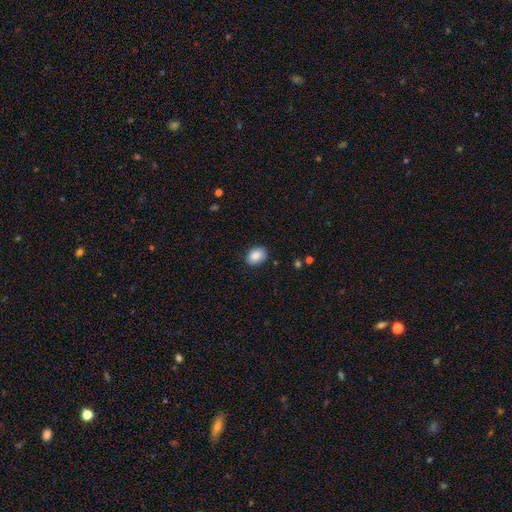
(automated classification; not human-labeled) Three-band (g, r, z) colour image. It shows a smooth galaxy with no disk features (87%) that is in between round and cigar-shaped (69%). Merging: none (84%).